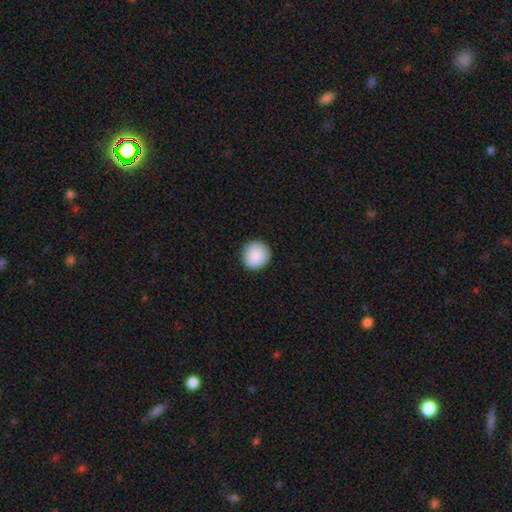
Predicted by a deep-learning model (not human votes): Q: Smooth or featured?
A: smooth (90%); runner-up: star or artifact (7%)
Q: How rounded?
A: round (93%); runner-up: in between (6%)
Q: Merging?
A: none (91%); runner-up: minor disturbance (7%)